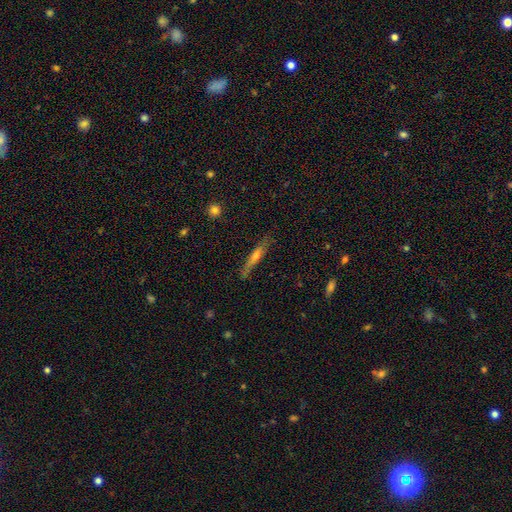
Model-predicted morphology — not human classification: Smooth or featured?
  - featured or disk: 55% *
  - smooth: 37%
  - star or artifact: 8%
Edge-on disk?
  - yes: 92% *
  - no: 8%
Edge-on bulge?
  - rounded: 65% *
  - none: 26%
  - boxy: 8%
Merging?
  - none: 80% *
  - minor disturbance: 15%
  - major disturbance: 3%
  - merger: 2%